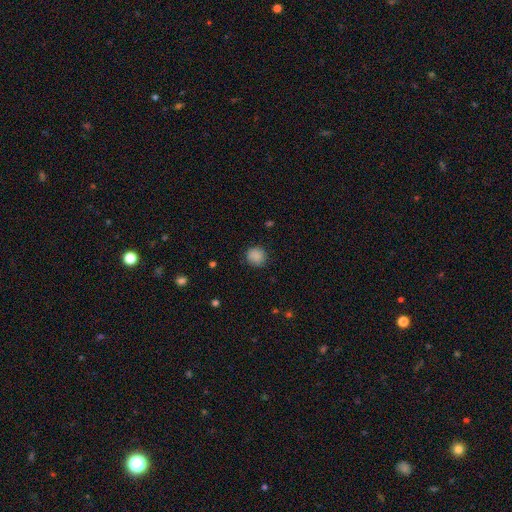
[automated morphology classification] The model was most divided on "merging": none: 83%, minor disturbance: 12%, major disturbance: 3%, merger: 1%. More confident: how rounded — round (88%); smooth or featured — smooth (87%).